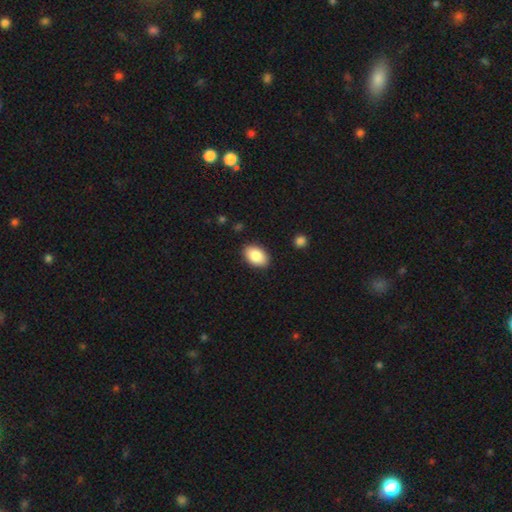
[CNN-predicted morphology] The model was most divided on "merging": none: 88%, minor disturbance: 8%, major disturbance: 2%, merger: 1%. More confident: how rounded — in between (90%); smooth or featured — smooth (87%).